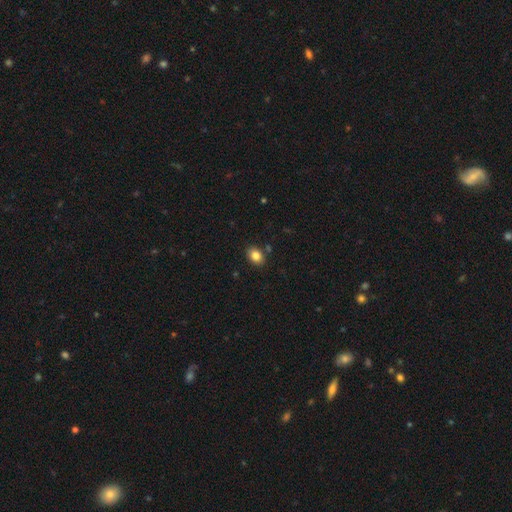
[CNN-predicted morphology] type=smooth (84%); roundness=in between (66%); merging=none (84%).